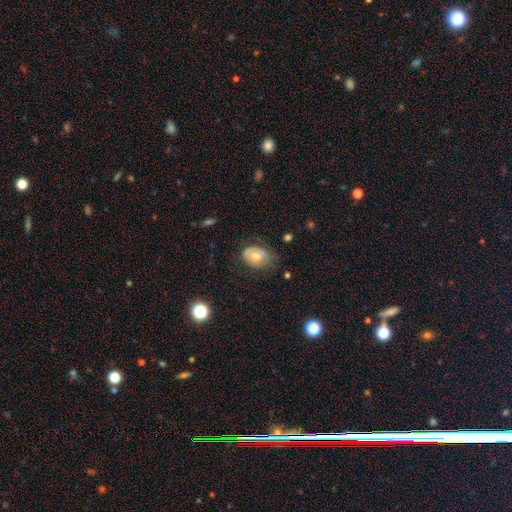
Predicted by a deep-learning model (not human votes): smooth-or-featured: smooth: 63% | featured or disk: 28% | star or artifact: 8%
  how-rounded: in between: 76% | round: 22% | cigar-shaped: 1%
  merging: none: 49% | minor disturbance: 34% | major disturbance: 16% | merger: 2%